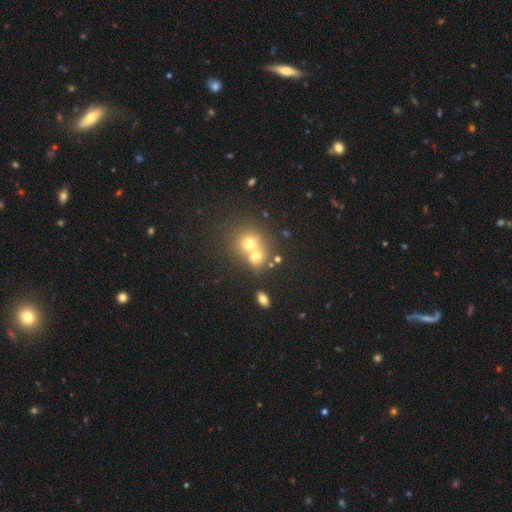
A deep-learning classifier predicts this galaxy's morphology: Q: Smooth or featured?
A: smooth (68%); runner-up: featured or disk (18%)
Q: How rounded?
A: round (74%); runner-up: in between (25%)
Q: Merging?
A: merger (60%); runner-up: none (31%)